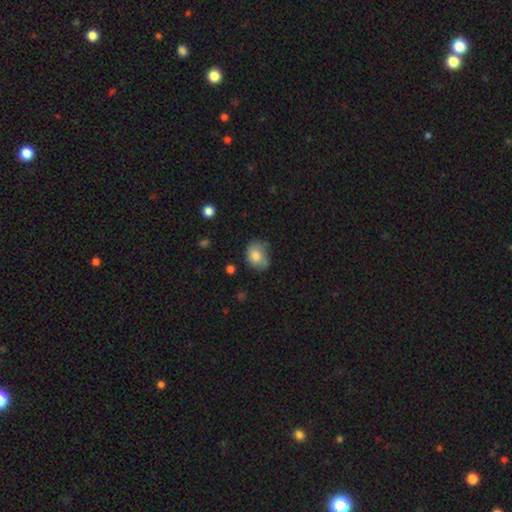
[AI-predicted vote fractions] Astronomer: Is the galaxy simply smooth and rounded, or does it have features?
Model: smooth — 78%.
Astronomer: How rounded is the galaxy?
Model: in between — 57% (runner-up: round, 42%).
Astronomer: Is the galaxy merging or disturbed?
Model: none — 55% (runner-up: minor disturbance, 33%).